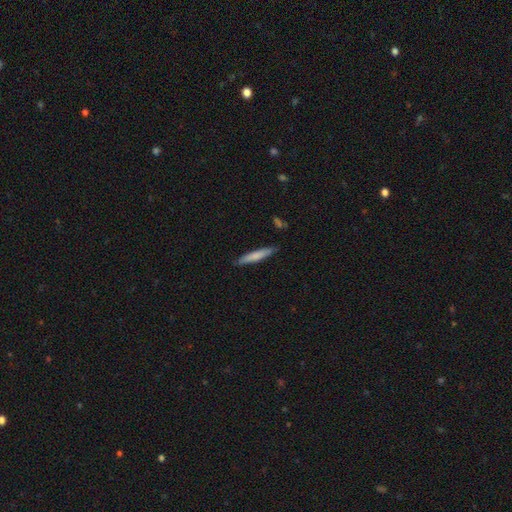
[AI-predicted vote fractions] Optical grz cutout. It shows a smooth galaxy with no disk features (72%) that is cigar-shaped (92%). Merging: none (85%).